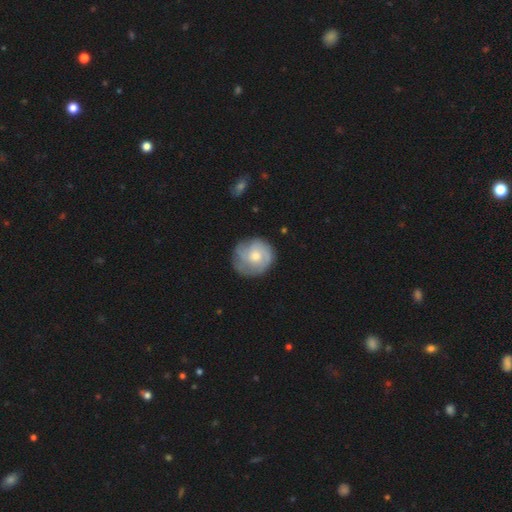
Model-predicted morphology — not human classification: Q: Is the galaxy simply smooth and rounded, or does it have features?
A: featured or disk — 58%.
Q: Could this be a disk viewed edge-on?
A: no — 98%.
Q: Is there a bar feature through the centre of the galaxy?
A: no — 79%.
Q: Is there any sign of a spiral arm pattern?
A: yes — 82%.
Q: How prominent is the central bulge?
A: moderate — 57%.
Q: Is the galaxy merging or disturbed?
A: none — 72%.